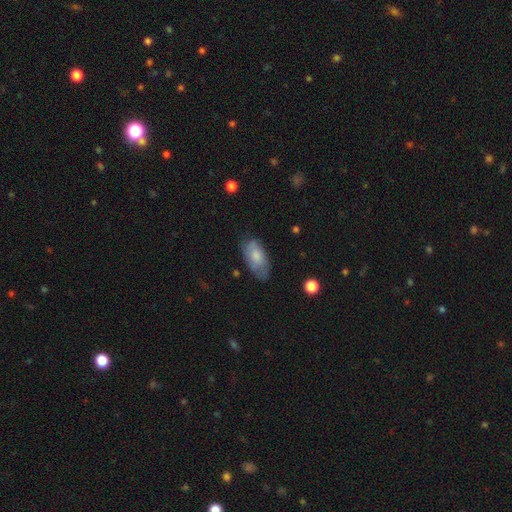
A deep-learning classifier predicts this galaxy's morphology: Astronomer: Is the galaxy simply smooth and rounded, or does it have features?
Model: smooth — 66%.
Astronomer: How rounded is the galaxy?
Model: in between — 92%.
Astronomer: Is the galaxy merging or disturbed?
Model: none — 64%.